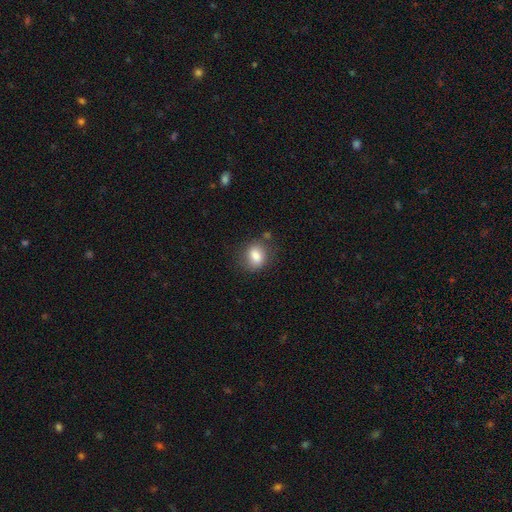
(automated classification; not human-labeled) Q: Smooth or featured?
A: smooth (83%); runner-up: star or artifact (9%)
Q: How rounded?
A: in between (53%); runner-up: round (45%)
Q: Merging?
A: none (73%); runner-up: minor disturbance (17%)